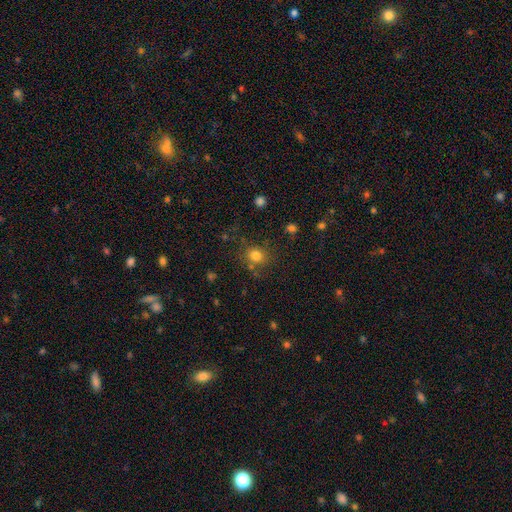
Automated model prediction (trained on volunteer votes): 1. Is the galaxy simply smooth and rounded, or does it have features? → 79% smooth, 14% star or artifact, 7% featured or disk.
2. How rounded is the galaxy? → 77% round, 22% in between, 1% cigar-shaped.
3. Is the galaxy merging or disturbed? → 75% none, 13% minor disturbance, 6% merger, 5% major disturbance.